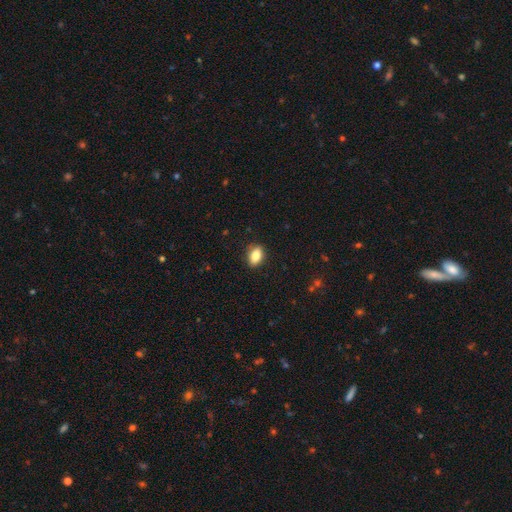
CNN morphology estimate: smooth-or-featured: smooth: 82% | featured or disk: 10% | star or artifact: 8%
  how-rounded: in between: 84% | round: 12% | cigar-shaped: 4%
  merging: none: 88% | minor disturbance: 9% | major disturbance: 2% | merger: 1%